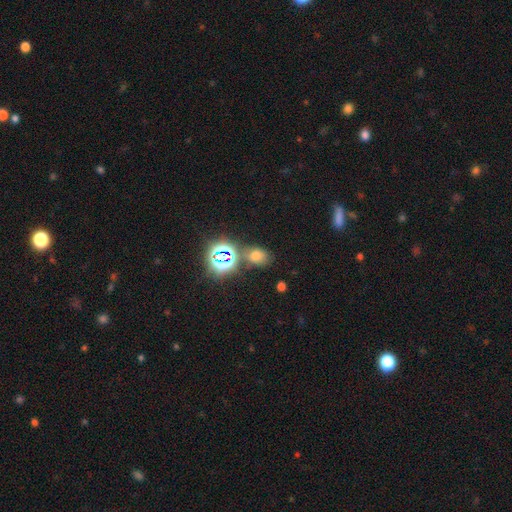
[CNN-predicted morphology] A smooth galaxy with no disk features (57%) that is in between round and cigar-shaped (66%).

Vote fractions:
- Smooth or featured? smooth: 57% / star or artifact: 34% / featured or disk: 9%
- How rounded? in between: 66% / round: 33% / cigar-shaped: 1%
- Merging? none: 69% / minor disturbance: 14% / merger: 11% / major disturbance: 5%